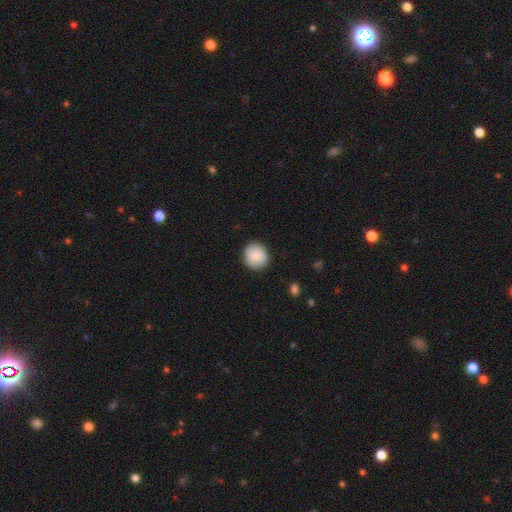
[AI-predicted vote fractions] Smooth or featured: smooth — 82% (featured or disk — 11%)
How rounded: round — 89% (in between — 11%)
Merging: none — 89% (minor disturbance — 8%)